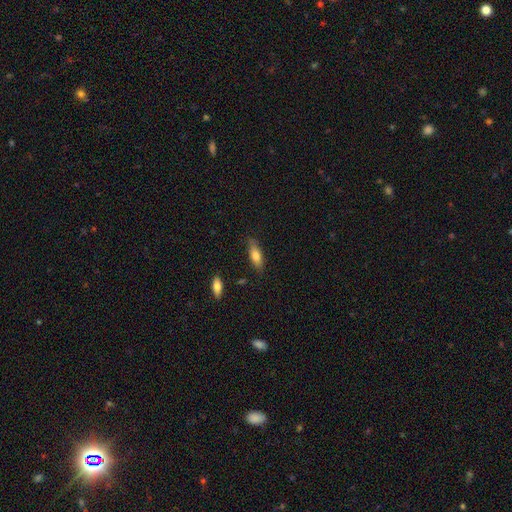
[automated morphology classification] Smooth or featured? smooth (73%)
How rounded? in between (61%)
Merging? none (79%)